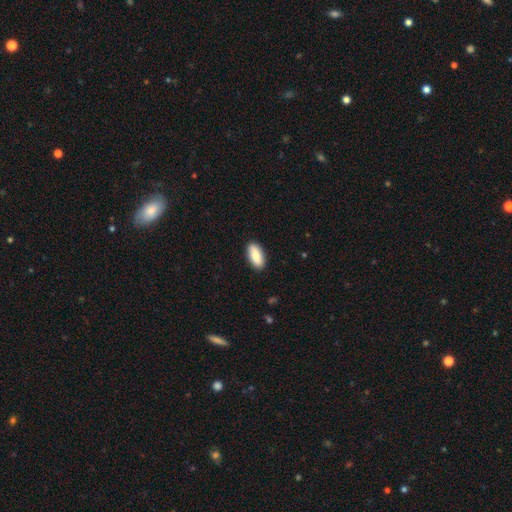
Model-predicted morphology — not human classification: A smooth galaxy with no disk features (85%) that is in between round and cigar-shaped (89%). Merging: none (89%).